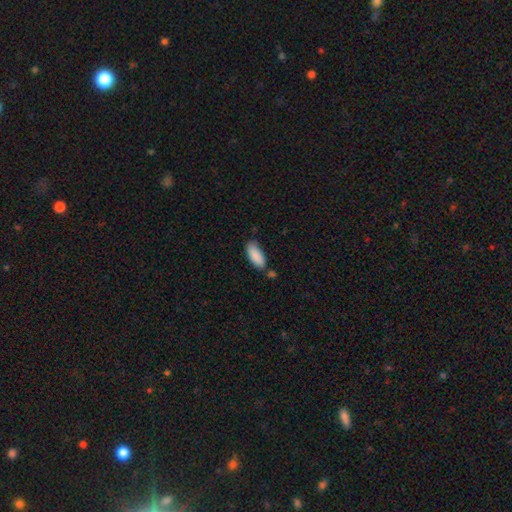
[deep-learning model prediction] A smooth galaxy with no disk features (89%) that is in between round and cigar-shaped (82%).

Vote fractions:
- Smooth or featured? smooth: 89% / star or artifact: 7% / featured or disk: 5%
- How rounded? in between: 82% / cigar-shaped: 16% / round: 2%
- Merging? none: 69% / minor disturbance: 19% / merger: 9% / major disturbance: 4%